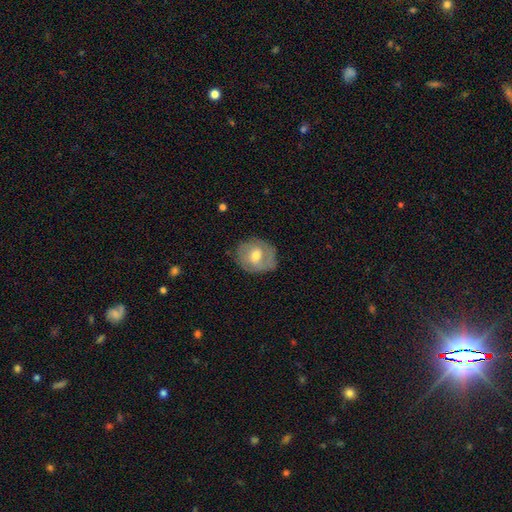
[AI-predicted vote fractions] Smooth or featured? Predicted: smooth (p=0.48). Merging? Predicted: none (p=0.69).